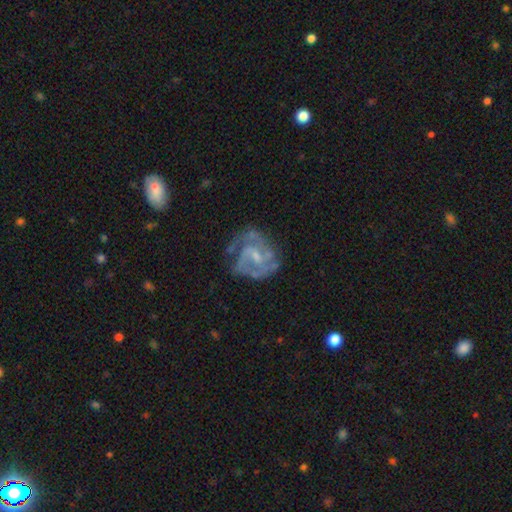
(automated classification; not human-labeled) Smooth or featured? featured or disk (83%)
Edge-on disk? no (98%)
Bar? weak (53%)
Spiral arms? yes (88%)
Spiral winding? medium (47%)
Spiral arm count? 2 (46%)
Bulge size? small (51%)
Merging? none (53%)